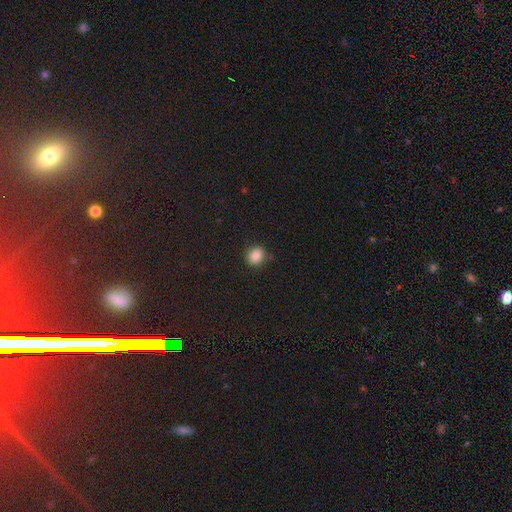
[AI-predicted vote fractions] This is clearly a smooth galaxy (85%). How rounded: likely round (65%). Merging: clearly none (80%).